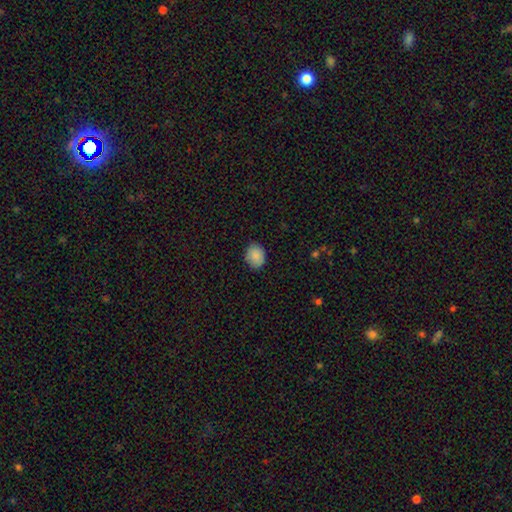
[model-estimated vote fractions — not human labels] Morphology: type=smooth (89%); roundness=round (51%); merging=none (84%).